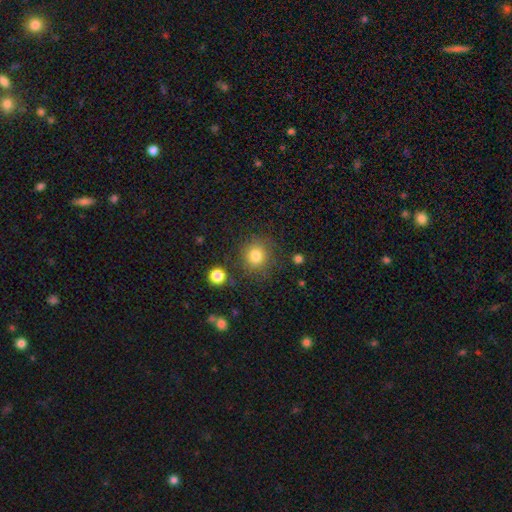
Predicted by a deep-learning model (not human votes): Smooth or featured? Predicted: smooth (p=0.81). How rounded? Predicted: round (p=0.91). Merging? Predicted: none (p=0.82).